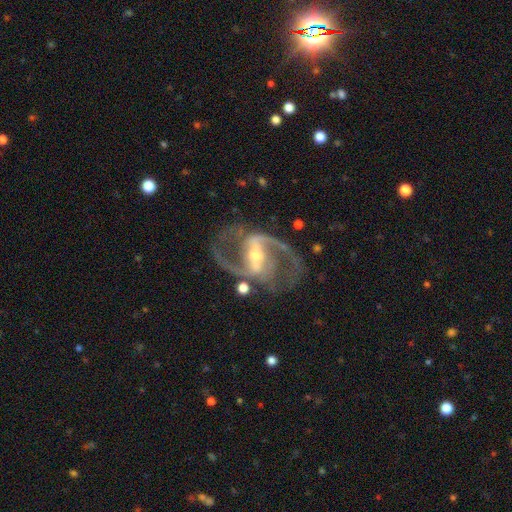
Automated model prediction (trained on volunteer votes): The model was most divided on "bulge size": small: 51%, moderate: 44%, large: 3%, none: 1%, dominant: 1%. More confident: spiral arms — yes (98%); edge-on disk — no (97%); spiral arm count — 2 (94%); smooth or featured — featured or disk (93%); merging — none (75%); bar — strong (68%); spiral winding — medium (61%).